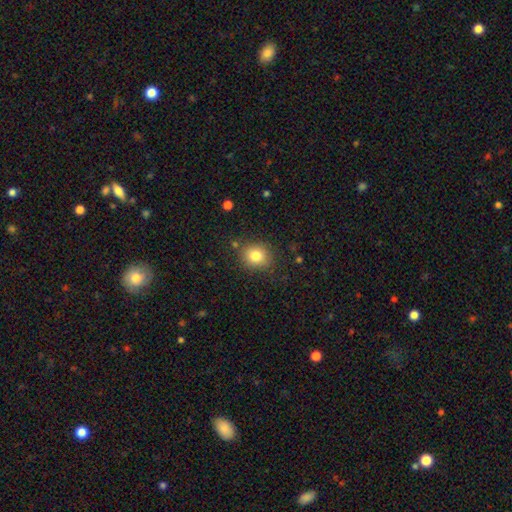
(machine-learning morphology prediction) This is clearly a smooth galaxy (81%). How rounded: likely round (74%). Merging: clearly none (83%).